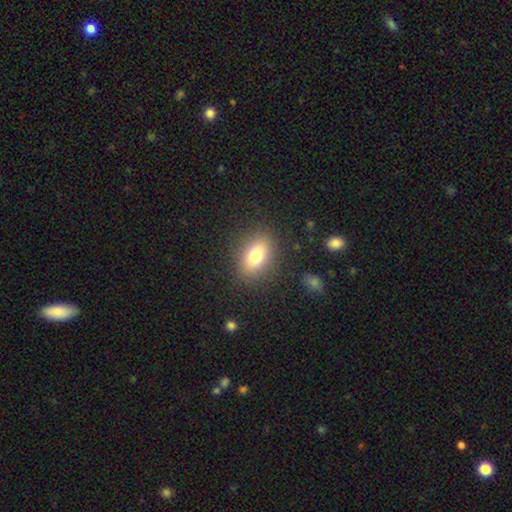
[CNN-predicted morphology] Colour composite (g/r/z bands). It shows a smooth galaxy with no disk features (75%) that is in between round and cigar-shaped (79%). Merging: none (85%).